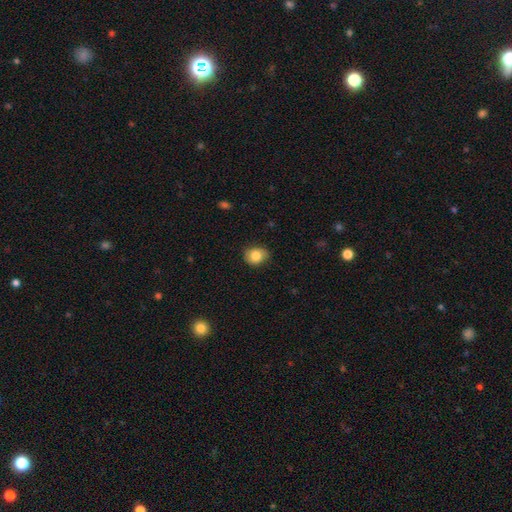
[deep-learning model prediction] The model was most divided on "how rounded": round: 61%, in between: 38%, cigar-shaped: 1%. More confident: smooth or featured — smooth (83%); merging — none (79%).